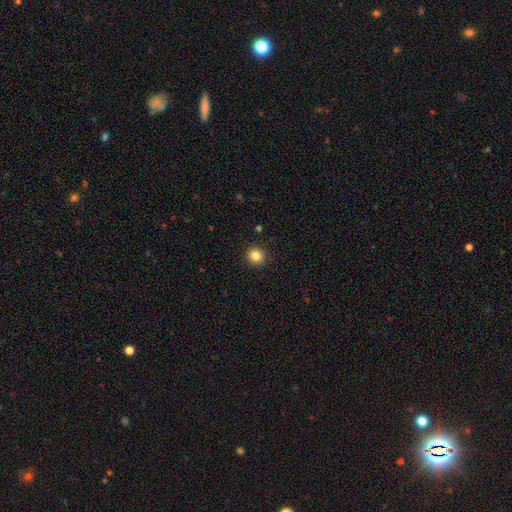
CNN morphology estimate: type=smooth (84%); roundness=round (94%); merging=none (92%).